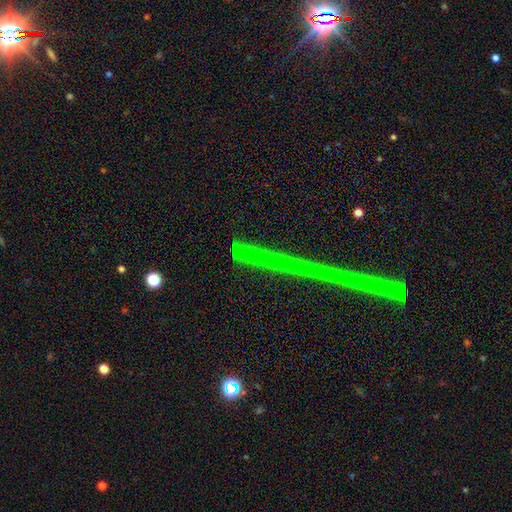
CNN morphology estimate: Smooth or featured? star or artifact (80%)